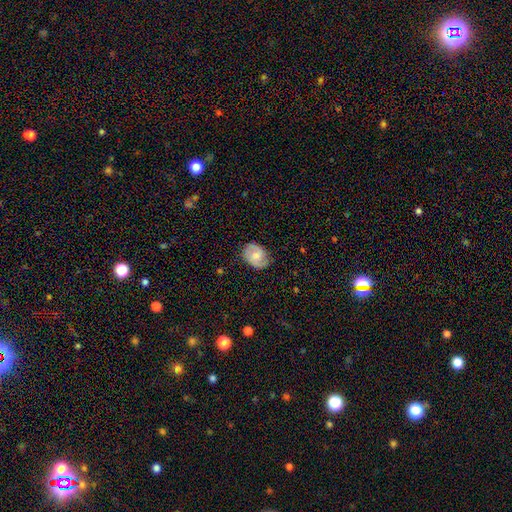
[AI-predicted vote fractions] Morphology: type=featured or disk (56%); edge-on=no (97%); bar=no (51%); spiral arms=yes (85%); bulge=moderate (55%); merging=none (74%).